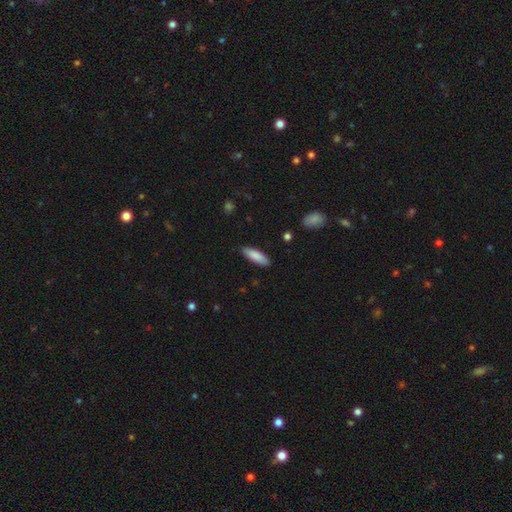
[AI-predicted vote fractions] Smooth or featured? Predicted: smooth (p=0.86). How rounded? Predicted: in between (p=0.51). Merging? Predicted: none (p=0.86).